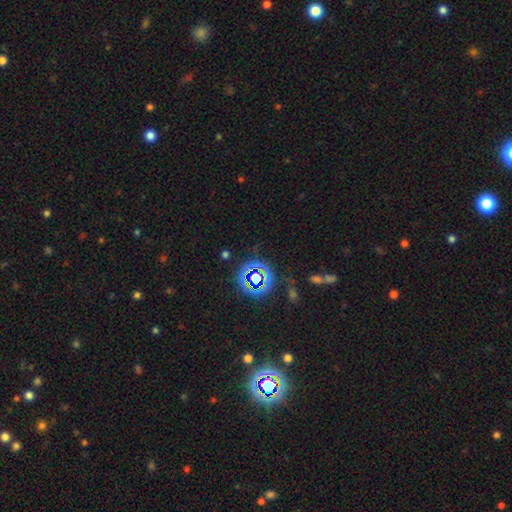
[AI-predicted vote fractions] Smooth or featured? star or artifact (72%)